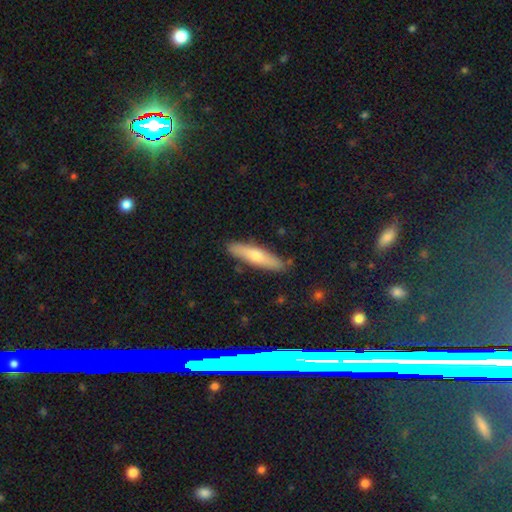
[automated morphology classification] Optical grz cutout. It shows a smooth galaxy with no disk features (60%) that is cigar-shaped (79%). Merging: none (87%).